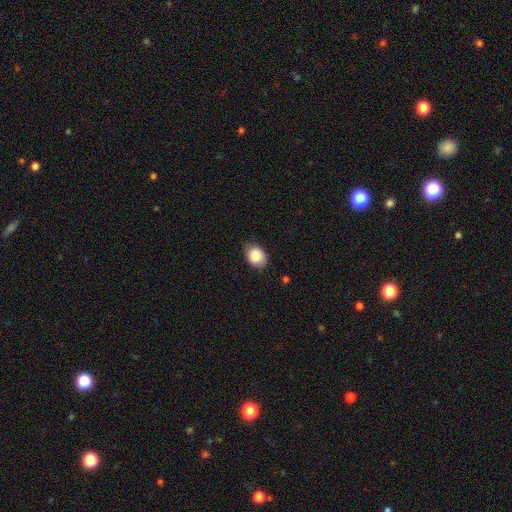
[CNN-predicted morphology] A smooth galaxy with no disk features (85%) that is in between round and cigar-shaped (66%).

Vote fractions:
- Smooth or featured? smooth: 85% / star or artifact: 8% / featured or disk: 8%
- How rounded? in between: 66% / round: 33% / cigar-shaped: 1%
- Merging? none: 79% / minor disturbance: 17% / major disturbance: 3% / merger: 1%